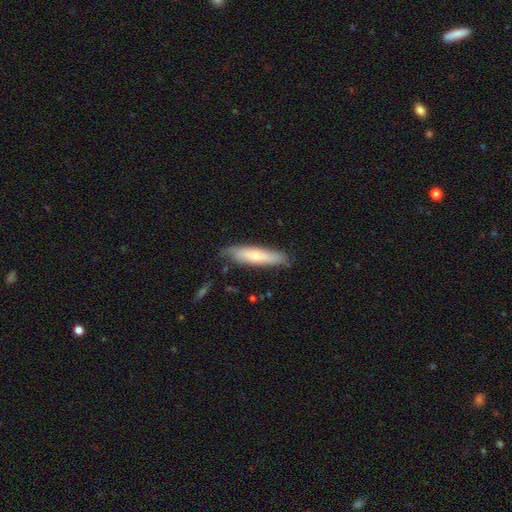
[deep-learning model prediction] Q: Smooth or featured?
A: smooth (62%); runner-up: featured or disk (32%)
Q: How rounded?
A: cigar-shaped (72%); runner-up: in between (26%)
Q: Merging?
A: none (73%); runner-up: minor disturbance (21%)